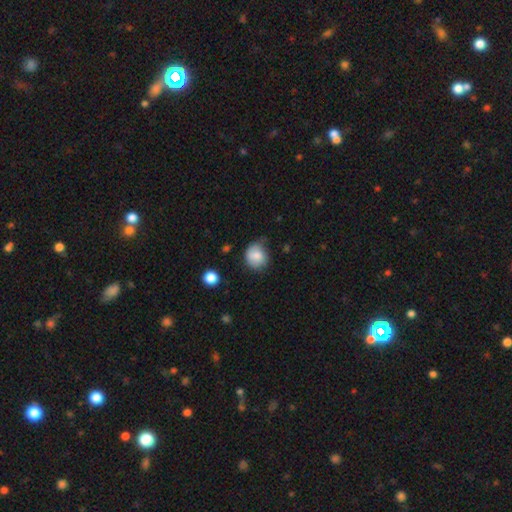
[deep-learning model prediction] smooth-or-featured: smooth: 80% | featured or disk: 12% | star or artifact: 8%
  how-rounded: round: 75% | in between: 24% | cigar-shaped: 1%
  merging: none: 59% | minor disturbance: 31% | major disturbance: 8% | merger: 2%